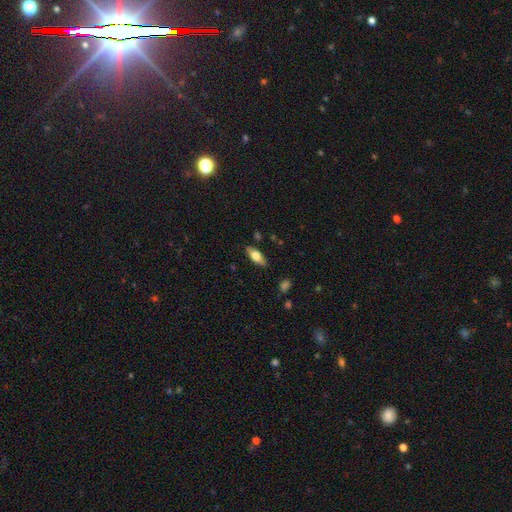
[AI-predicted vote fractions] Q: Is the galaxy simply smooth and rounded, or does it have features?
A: smooth — 64%.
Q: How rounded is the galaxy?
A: in between — 74%.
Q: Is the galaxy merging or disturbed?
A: none — 85%.